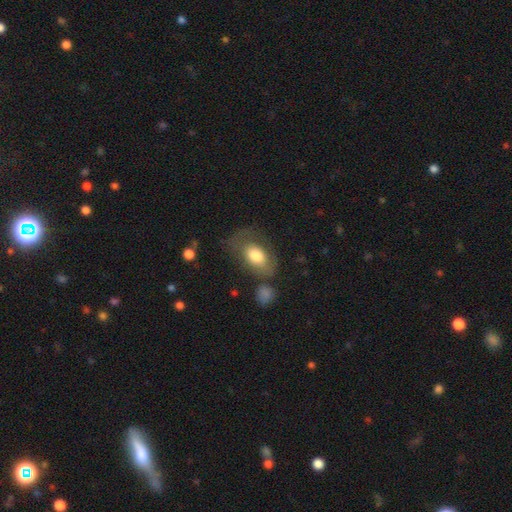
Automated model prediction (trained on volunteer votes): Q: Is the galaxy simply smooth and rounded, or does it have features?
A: smooth — 69%.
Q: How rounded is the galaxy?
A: in between — 88%.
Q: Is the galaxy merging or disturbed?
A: none — 51%.